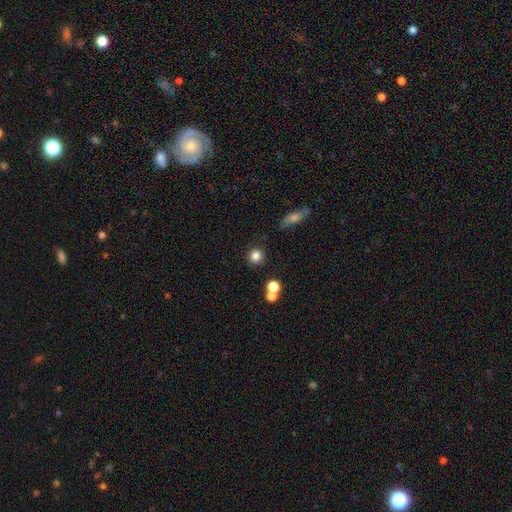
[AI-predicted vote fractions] Smooth or featured? smooth (82%)
How rounded? round (92%)
Merging? none (85%)